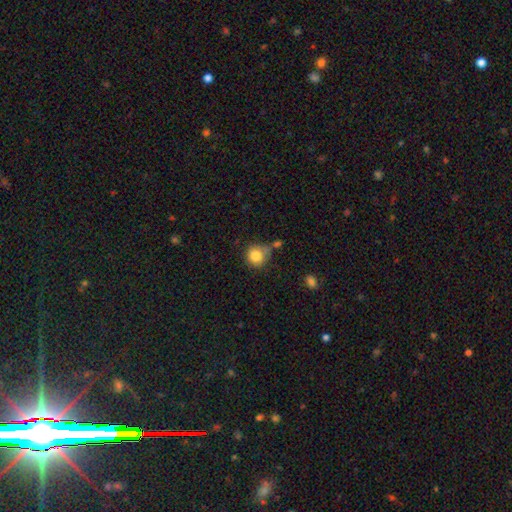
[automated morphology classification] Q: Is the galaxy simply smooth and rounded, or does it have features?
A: smooth — 83%.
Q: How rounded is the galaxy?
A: round — 88%.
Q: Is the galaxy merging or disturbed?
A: none — 61%.